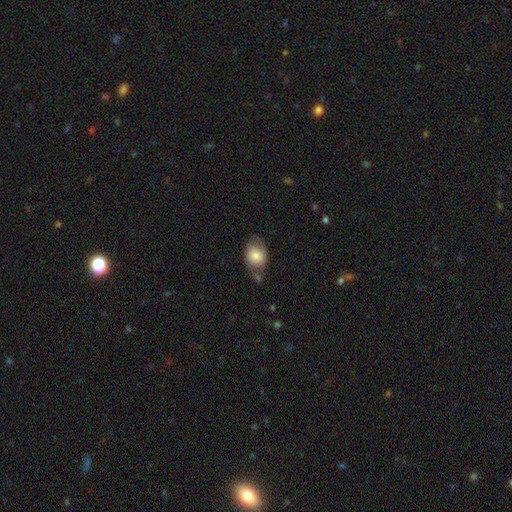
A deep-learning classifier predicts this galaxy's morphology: smooth_or_featured: smooth (p=0.73) [alt: featured or disk p=0.20]
how_rounded: in between (p=0.74) [alt: round p=0.25]
merging: none (p=0.49) [alt: minor disturbance p=0.27]